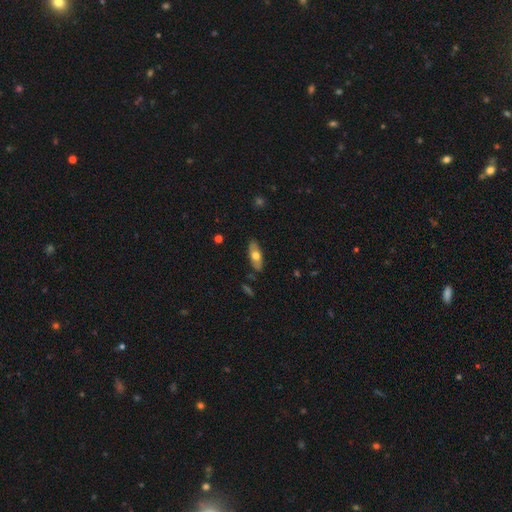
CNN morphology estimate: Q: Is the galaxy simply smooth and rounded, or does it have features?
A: smooth — 62%.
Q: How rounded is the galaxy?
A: in between — 80%.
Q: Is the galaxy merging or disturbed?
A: none — 85%.